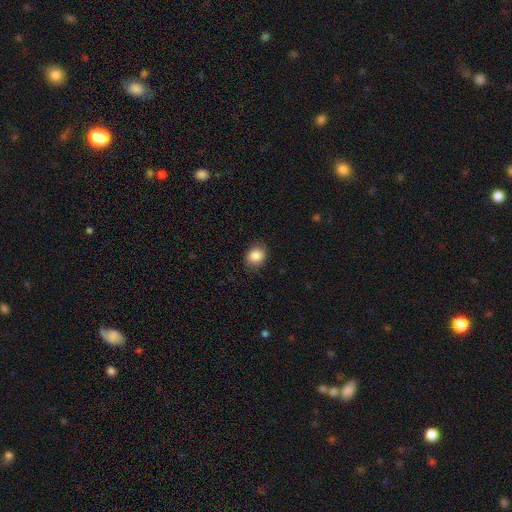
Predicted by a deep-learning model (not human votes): A smooth galaxy with no disk features (88%) that is round (61%).

Vote fractions:
- Smooth or featured? smooth: 88% / star or artifact: 8% / featured or disk: 4%
- How rounded? round: 61% / in between: 39% / cigar-shaped: 1%
- Merging? none: 84% / minor disturbance: 12% / major disturbance: 3% / merger: 1%